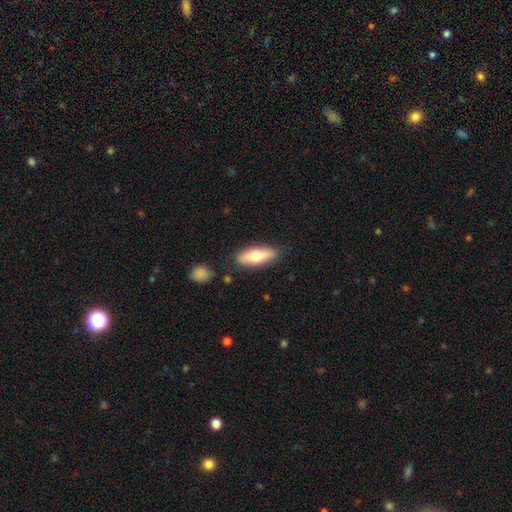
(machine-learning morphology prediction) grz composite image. It shows a smooth galaxy with no disk features (67%) that is in between round and cigar-shaped (68%). Merging: none (82%).